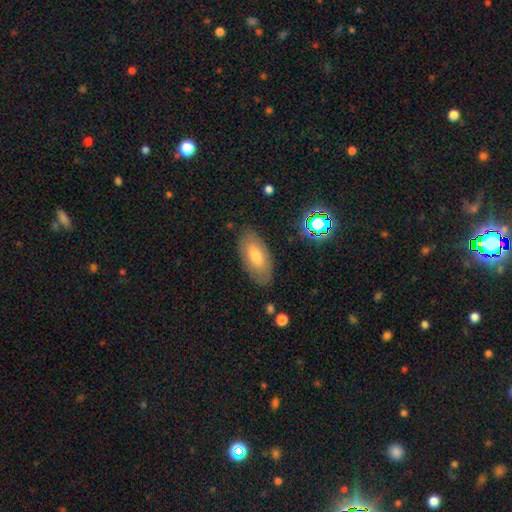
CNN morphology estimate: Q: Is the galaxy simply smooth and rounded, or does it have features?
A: smooth — 69%.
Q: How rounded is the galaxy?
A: in between — 90%.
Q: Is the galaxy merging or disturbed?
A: none — 83%.